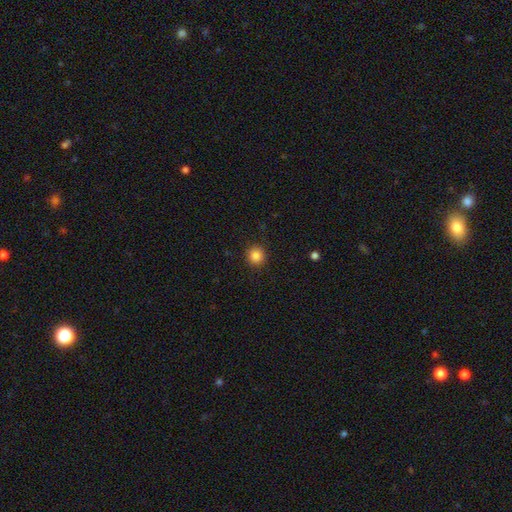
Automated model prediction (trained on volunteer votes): The model was most divided on "smooth or featured": smooth: 86%, star or artifact: 10%, featured or disk: 4%. More confident: how rounded — round (92%); merging — none (90%).